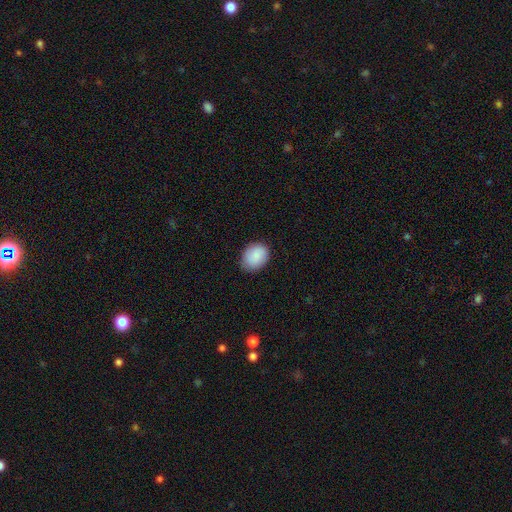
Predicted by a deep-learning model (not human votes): Q: Smooth or featured?
A: smooth (89%); runner-up: star or artifact (7%)
Q: How rounded?
A: in between (57%); runner-up: round (43%)
Q: Merging?
A: none (80%); runner-up: minor disturbance (16%)